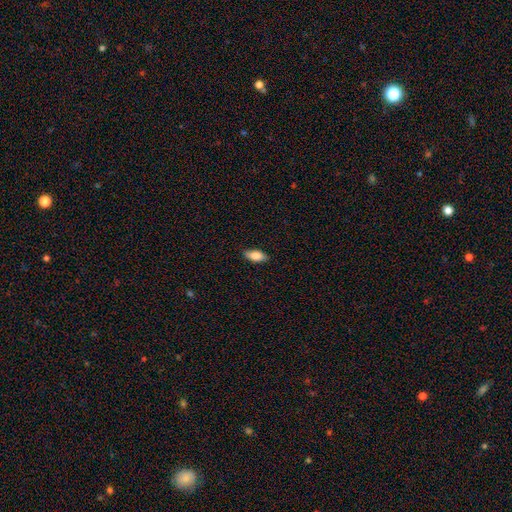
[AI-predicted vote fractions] Smooth or featured: smooth — 82% (featured or disk — 11%)
How rounded: in between — 85% (cigar-shaped — 12%)
Merging: none — 86% (minor disturbance — 11%)